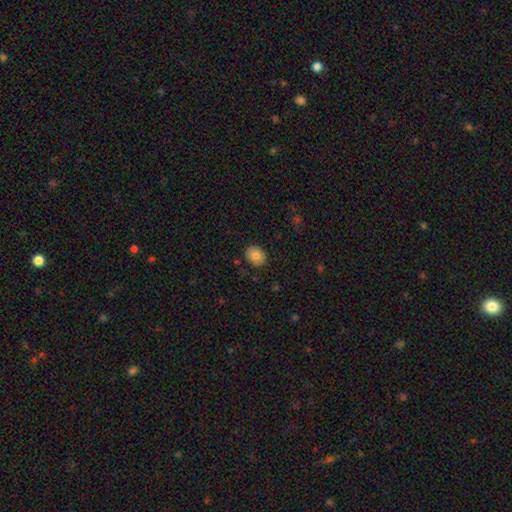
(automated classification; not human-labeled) Q: Smooth or featured?
A: smooth (83%); runner-up: star or artifact (9%)
Q: How rounded?
A: round (61%); runner-up: in between (39%)
Q: Merging?
A: none (87%); runner-up: minor disturbance (10%)